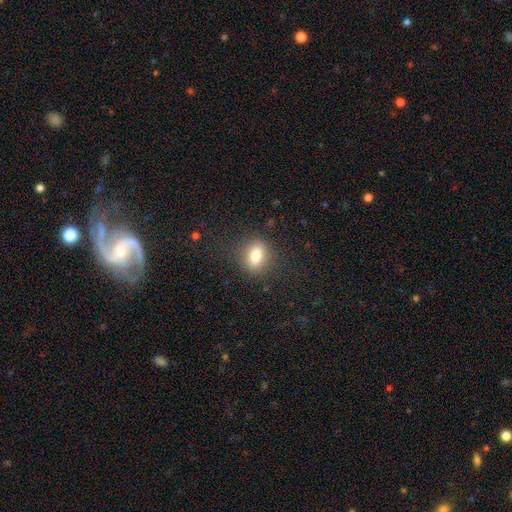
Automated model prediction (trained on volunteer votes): The model was most divided on "how rounded": in between: 54%, round: 44%, cigar-shaped: 2%. More confident: merging — none (85%); smooth or featured — smooth (78%).